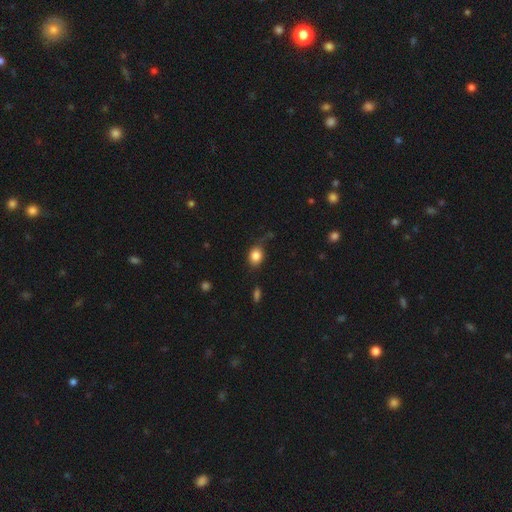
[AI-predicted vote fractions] Overall: smooth (83%). How rounded: round (49%, tied with in between). Merging: none (60%; minor disturbance 27%).